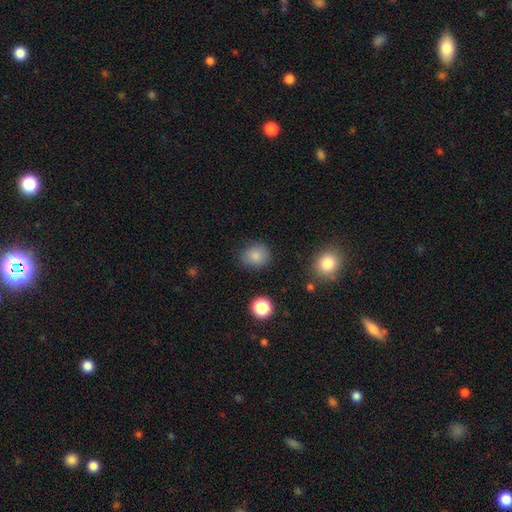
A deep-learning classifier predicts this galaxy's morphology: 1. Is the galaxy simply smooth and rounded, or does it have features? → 84% smooth, 11% star or artifact, 5% featured or disk.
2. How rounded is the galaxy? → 76% round, 23% in between, 1% cigar-shaped.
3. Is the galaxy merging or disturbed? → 83% none, 11% minor disturbance, 3% major disturbance, 2% merger.